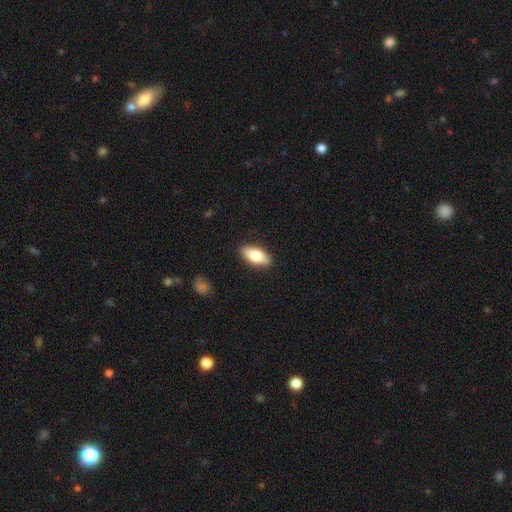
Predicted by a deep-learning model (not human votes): A smooth galaxy with no disk features (78%) that is in between round and cigar-shaped (88%).

Vote fractions:
- Smooth or featured? smooth: 78% / featured or disk: 16% / star or artifact: 6%
- How rounded? in between: 88% / cigar-shaped: 9% / round: 3%
- Merging? none: 89% / minor disturbance: 8% / major disturbance: 2% / merger: 1%